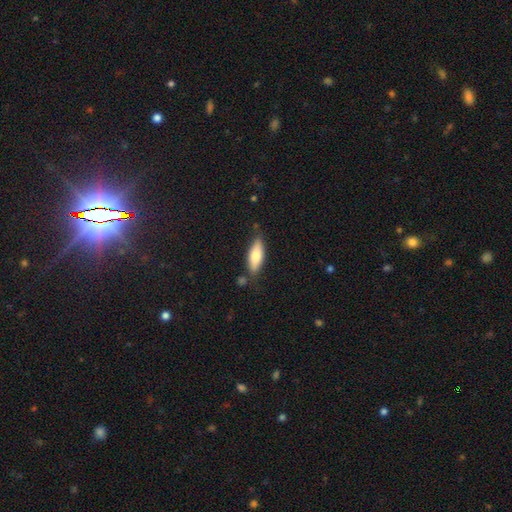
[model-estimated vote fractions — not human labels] smooth_or_featured: smooth (p=0.75) [alt: featured or disk p=0.19]
how_rounded: in between (p=0.67) [alt: cigar-shaped p=0.31]
merging: none (p=0.74) [alt: minor disturbance p=0.17]